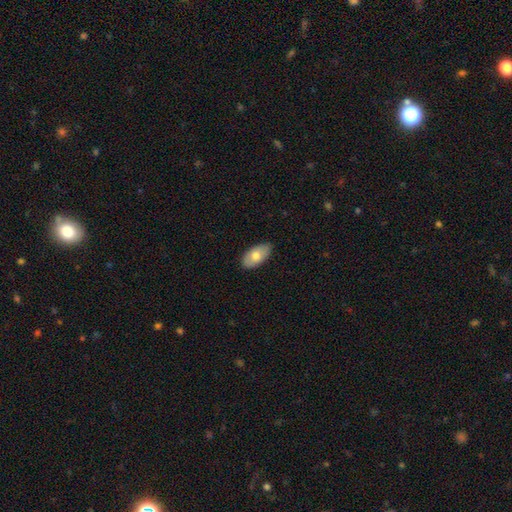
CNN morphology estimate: Smooth or featured: smooth — 72% (featured or disk — 22%)
How rounded: in between — 94% (round — 4%)
Merging: none — 82% (minor disturbance — 15%)